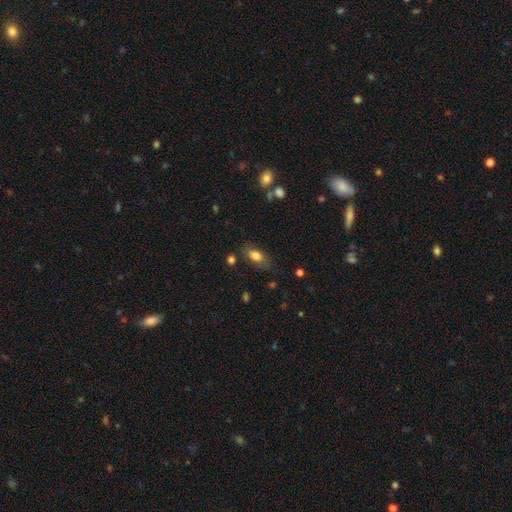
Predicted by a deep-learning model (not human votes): Overall: smooth (79%). How rounded: in between (89%). Merging: none (74%).